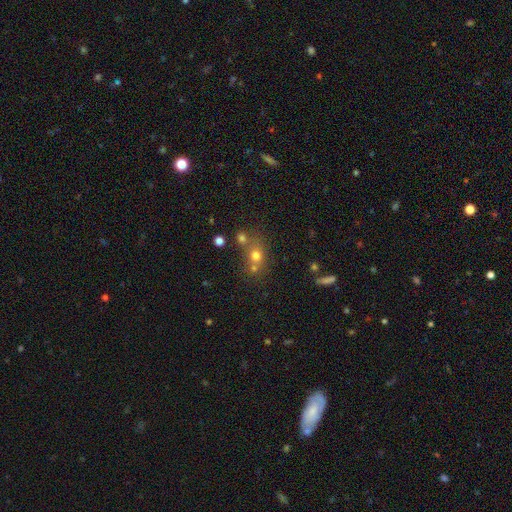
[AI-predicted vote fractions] Morphology: type=smooth (69%); roundness=round (73%); merging=none (53%).